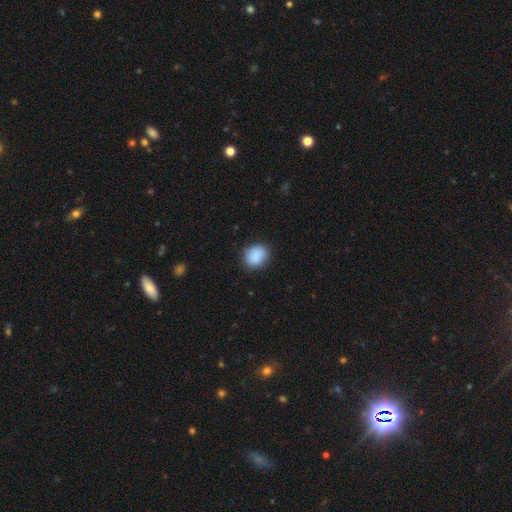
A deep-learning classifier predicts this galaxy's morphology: Smooth or featured?
  - smooth: 88% *
  - star or artifact: 7%
  - featured or disk: 5%
How rounded?
  - round: 70% *
  - in between: 30%
  - cigar-shaped: 1%
Merging?
  - none: 82% *
  - minor disturbance: 14%
  - major disturbance: 3%
  - merger: 1%